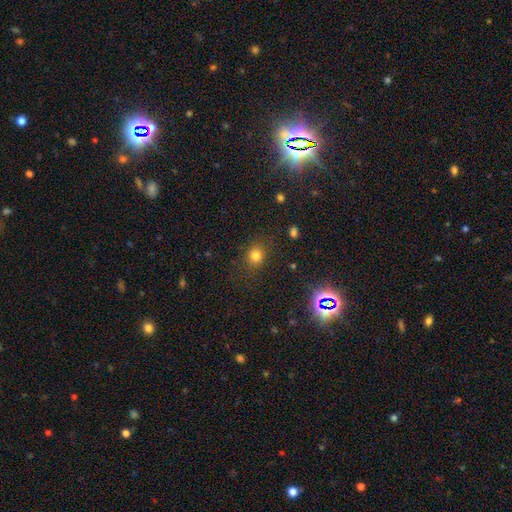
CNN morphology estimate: This appears to be a smooth galaxy with no disk features (78%) that is round (80%). Merging: none (83%).